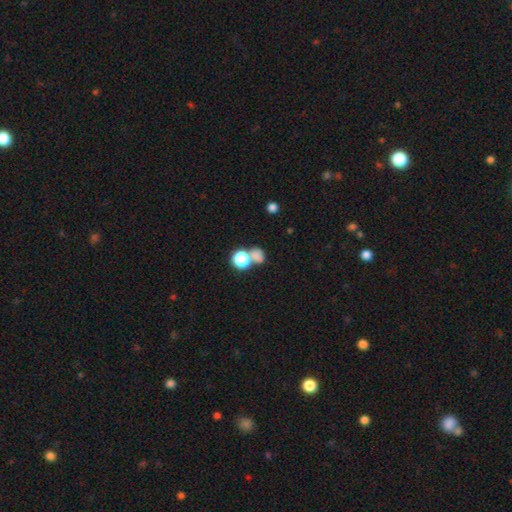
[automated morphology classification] Smooth or featured? smooth (75%)
How rounded? round (67%)
Merging? merger (45%)